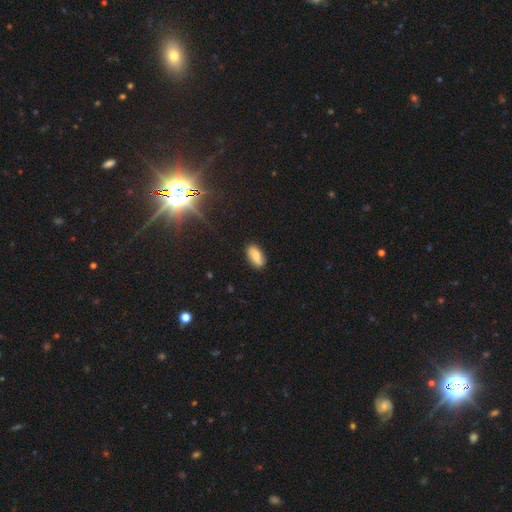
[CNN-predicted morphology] Overall: smooth (75%). How rounded: in between (89%). Merging: none (82%).